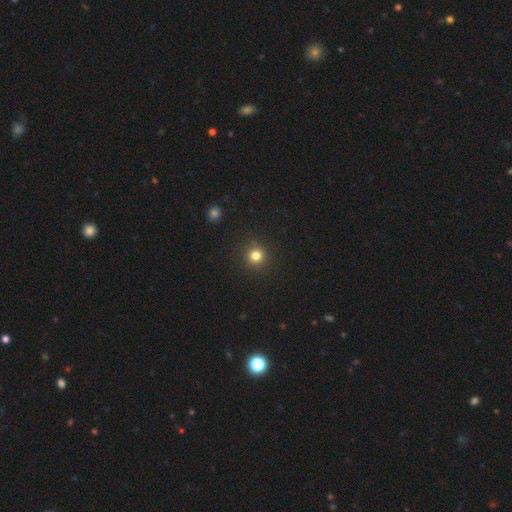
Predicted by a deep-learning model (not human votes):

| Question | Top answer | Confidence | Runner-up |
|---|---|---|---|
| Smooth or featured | smooth | 81% | star or artifact (14%) |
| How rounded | round | 93% | in between (6%) |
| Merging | none | 91% | minor disturbance (6%) |